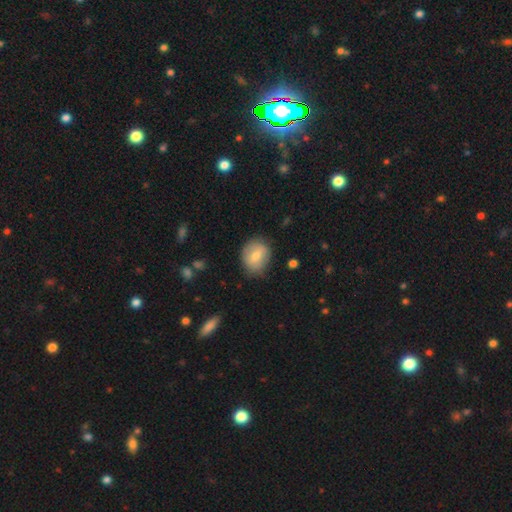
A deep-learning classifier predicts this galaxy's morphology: This appears to be a smooth galaxy with no disk features (67%) that is round (59%). Merging: none (81%).